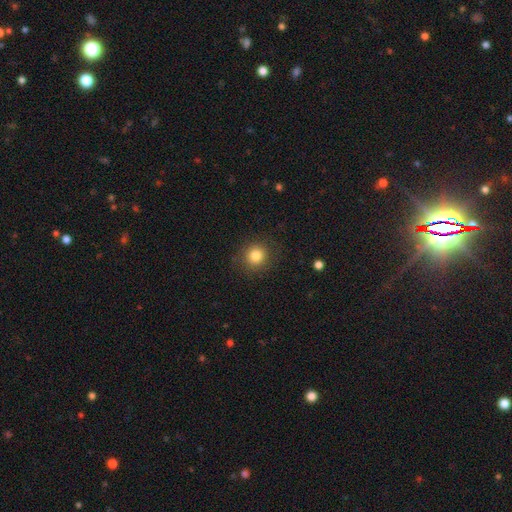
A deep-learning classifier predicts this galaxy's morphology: Smooth or featured? smooth (82%)
How rounded? round (87%)
Merging? none (87%)